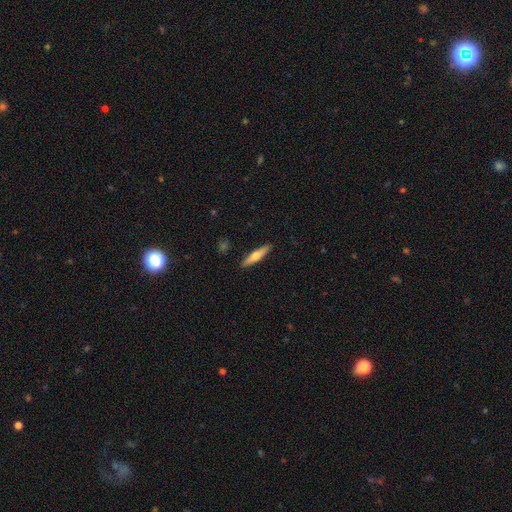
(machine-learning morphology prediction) This is possibly a smooth galaxy (58%). How rounded: clearly cigar-shaped (83%). Merging: clearly none (91%).